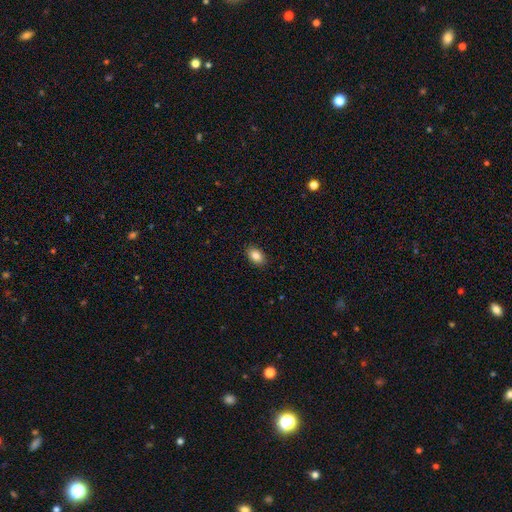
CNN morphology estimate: The model was most divided on "how rounded": in between: 84%, round: 15%, cigar-shaped: 1%. More confident: merging — none (89%); smooth or featured — smooth (85%).